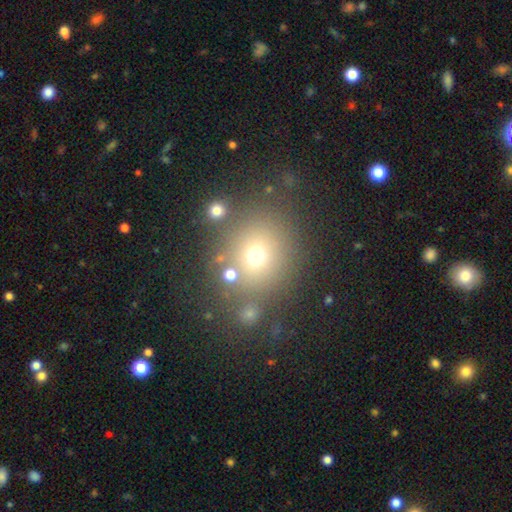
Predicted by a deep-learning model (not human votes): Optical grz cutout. It shows a smooth galaxy with no disk features (66%) that is round (80%). Merging: none (74%).